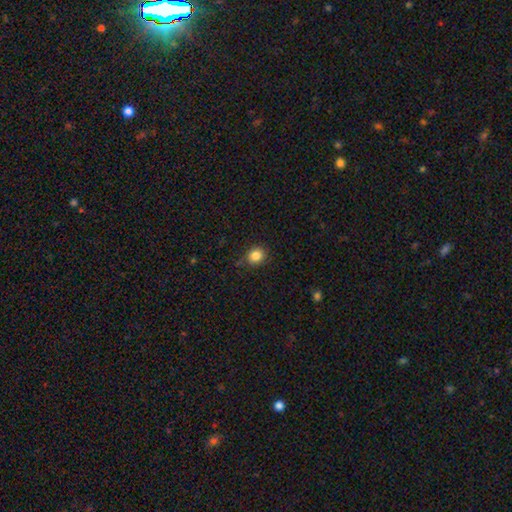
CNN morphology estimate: Overall: smooth (85%). How rounded: round (79%). Merging: none (82%).